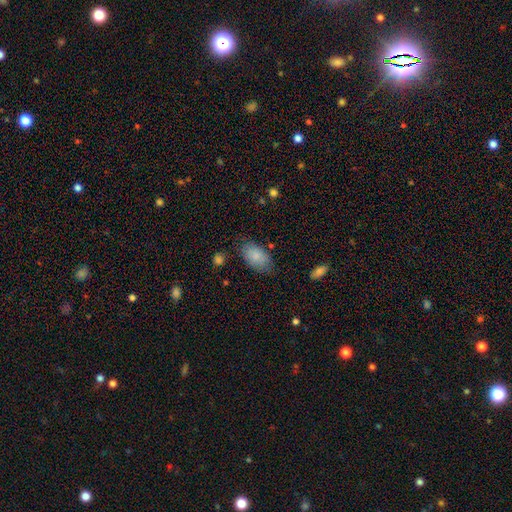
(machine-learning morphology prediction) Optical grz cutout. It shows a smooth galaxy with no disk features (84%) that is in between round and cigar-shaped (93%). Merging: none (73%).